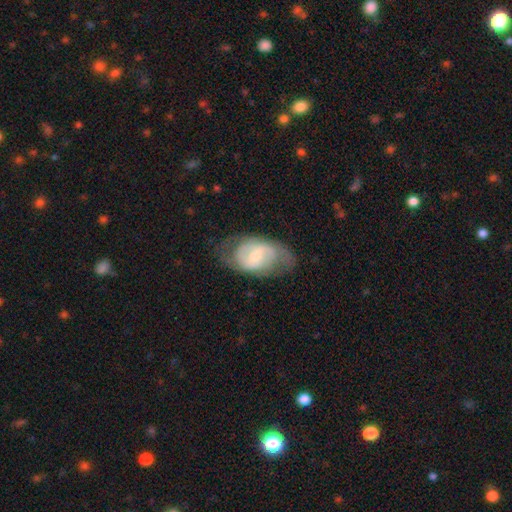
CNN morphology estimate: A featured or disk galaxy (66%) with a weak bar (46%), spiral arms (66%) and a small central bulge (48%). Merging: none (64%).